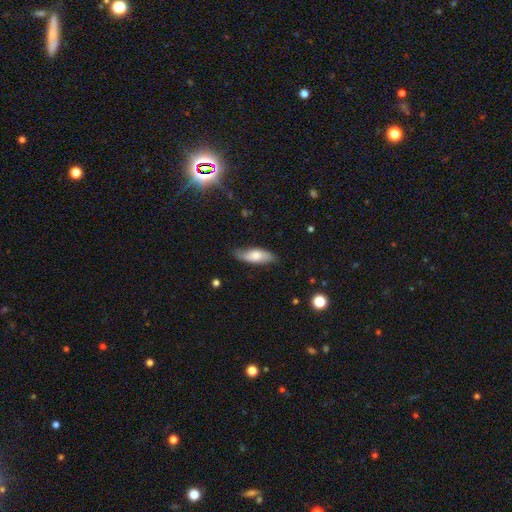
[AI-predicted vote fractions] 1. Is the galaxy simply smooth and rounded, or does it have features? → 69% smooth, 25% featured or disk, 6% star or artifact.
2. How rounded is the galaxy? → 69% in between, 28% cigar-shaped, 2% round.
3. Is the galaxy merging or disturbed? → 75% none, 20% minor disturbance, 4% major disturbance, 1% merger.